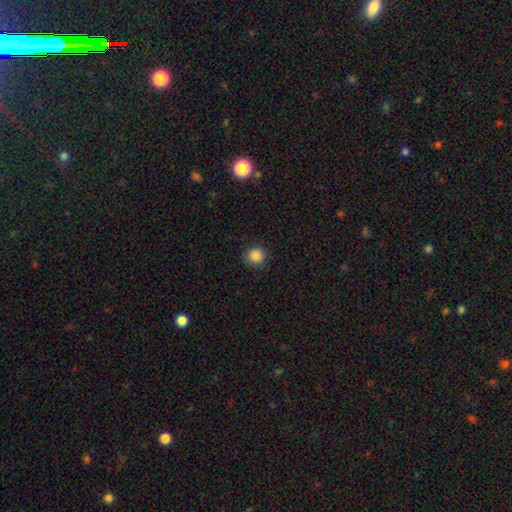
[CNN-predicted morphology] A smooth galaxy with no disk features (86%) that is round (92%). Merging: none (89%).